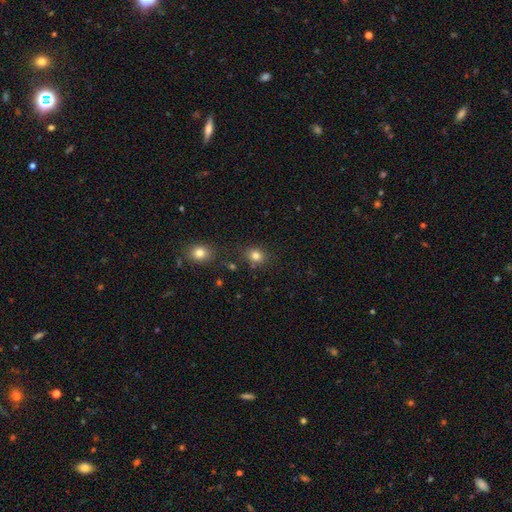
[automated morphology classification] Smooth or featured?
  - smooth: 81% *
  - star or artifact: 13%
  - featured or disk: 6%
How rounded?
  - round: 64% *
  - in between: 35%
  - cigar-shaped: 1%
Merging?
  - none: 80% *
  - minor disturbance: 11%
  - merger: 6%
  - major disturbance: 3%